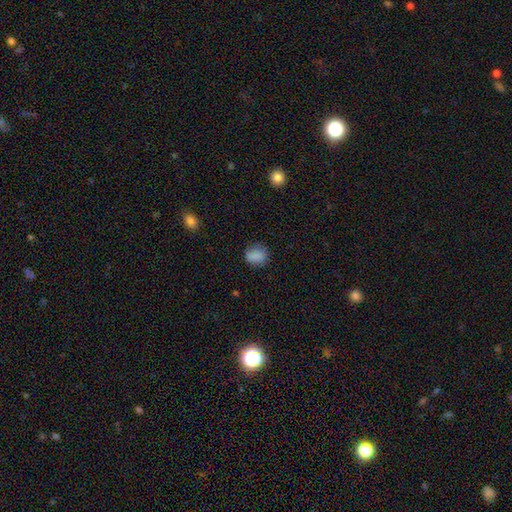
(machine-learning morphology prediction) A smooth galaxy with no disk features (85%) that is in between round and cigar-shaped (50%). Merging: none (78%).